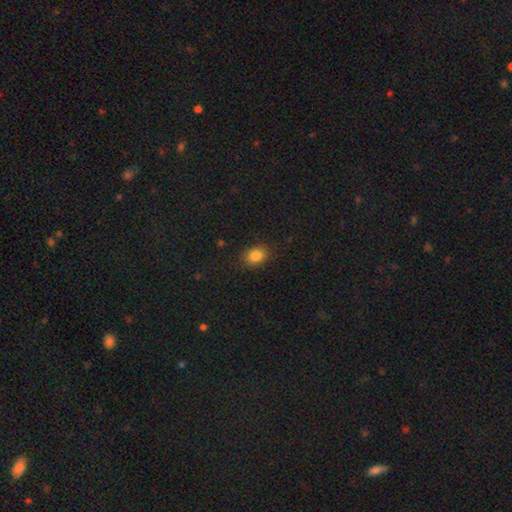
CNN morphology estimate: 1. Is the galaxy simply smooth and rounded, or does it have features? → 85% smooth, 10% star or artifact, 5% featured or disk.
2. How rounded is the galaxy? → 59% in between, 40% round, 1% cigar-shaped.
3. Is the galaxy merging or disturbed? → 86% none, 10% minor disturbance, 3% major disturbance, 1% merger.